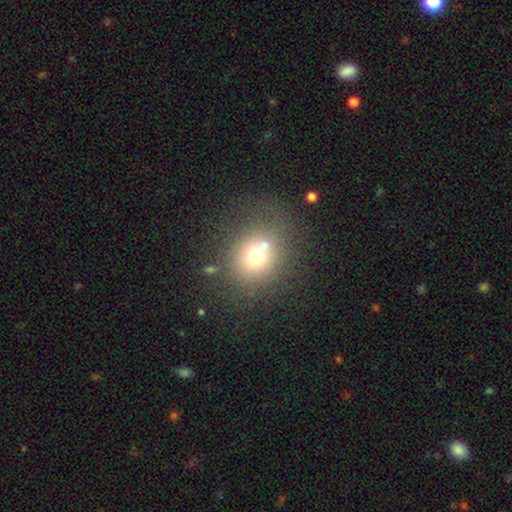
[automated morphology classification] Smooth or featured? smooth (67%)
How rounded? round (77%)
Merging? none (63%)